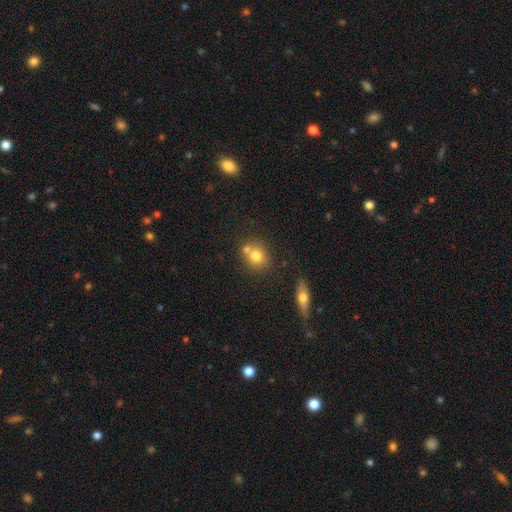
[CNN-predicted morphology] smooth 76%, featured or disk 14%, star or artifact 10%. Down the decision tree: how rounded — round (78%); merging — none (55%).